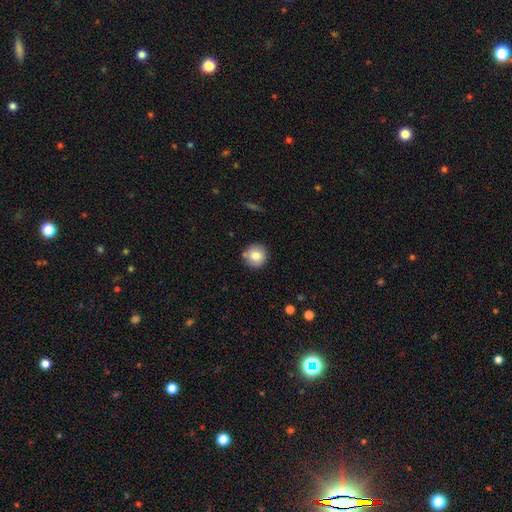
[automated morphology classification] Smooth or featured? Predicted: smooth (p=0.82). How rounded? Predicted: round (p=0.94). Merging? Predicted: none (p=0.82).